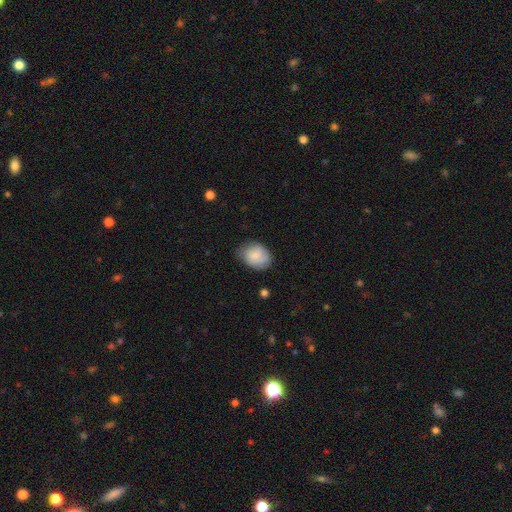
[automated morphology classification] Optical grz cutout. It shows a smooth galaxy with no disk features (76%) that is in between round and cigar-shaped (62%). Merging: none (67%).